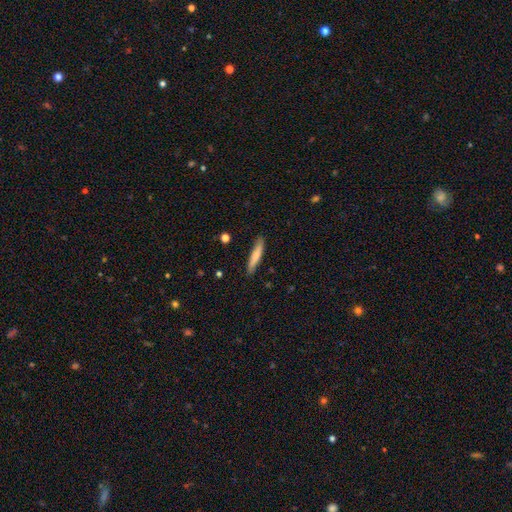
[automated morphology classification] A smooth galaxy with no disk features (71%) that is cigar-shaped (90%).

Vote fractions:
- Smooth or featured? smooth: 71% / featured or disk: 24% / star or artifact: 6%
- How rounded? cigar-shaped: 90% / in between: 9% / round: 1%
- Merging? none: 87% / minor disturbance: 10% / major disturbance: 2% / merger: 1%